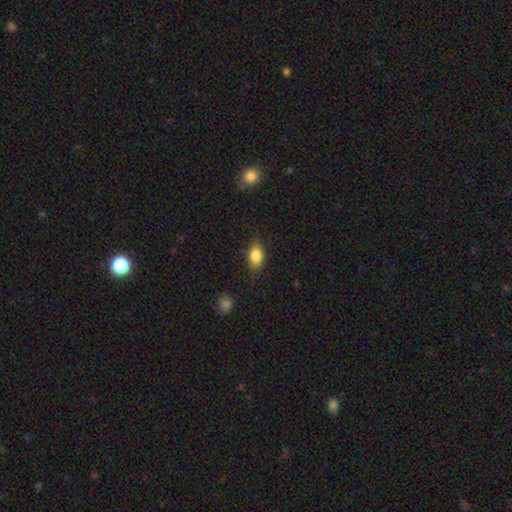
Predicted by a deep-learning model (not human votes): Q: Smooth or featured?
A: smooth (82%); runner-up: featured or disk (9%)
Q: How rounded?
A: in between (82%); runner-up: round (14%)
Q: Merging?
A: none (77%); runner-up: minor disturbance (18%)